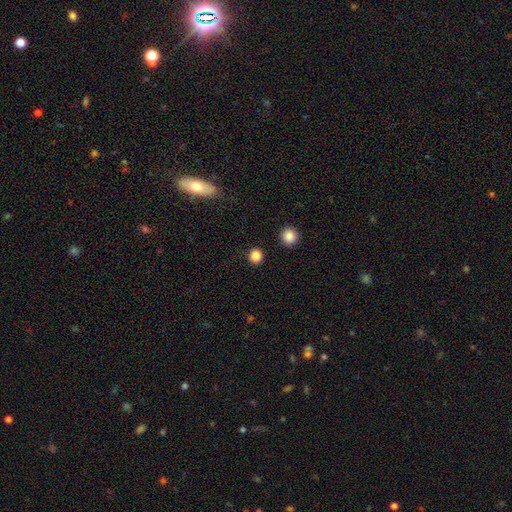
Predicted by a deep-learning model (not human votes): Morphology: type=smooth (85%); roundness=round (93%); merging=none (91%).